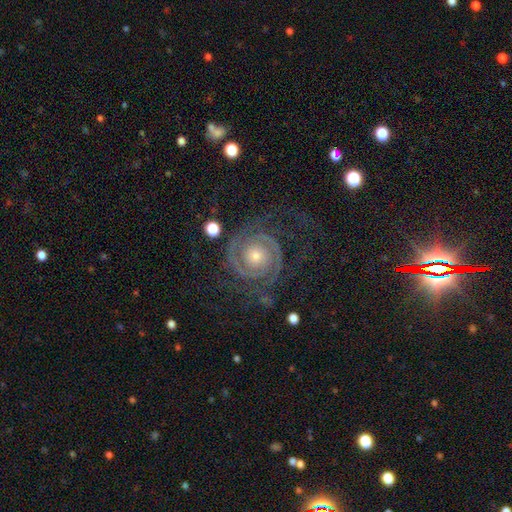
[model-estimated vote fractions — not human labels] This is clearly a featured or disk galaxy (90%). It is clearly not viewed edge-on (98%). Bar: likely no (77%). Spiral arm pattern: clearly yes (98%). Spiral arm count: likely 2 (78%). Spiral winding: likely tight (74%). Central bulge: possibly moderate (49%). Merging: likely none (73%).